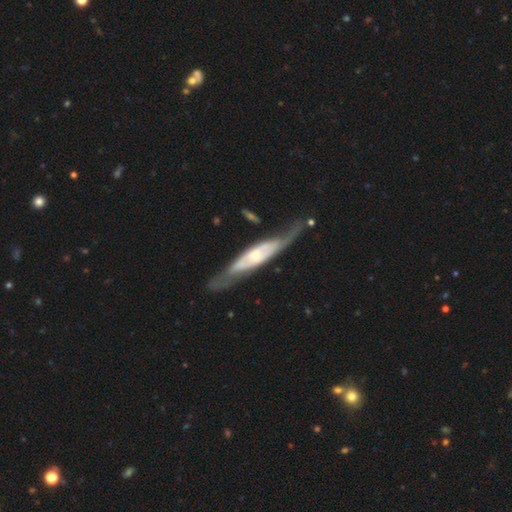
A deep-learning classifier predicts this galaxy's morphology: Smooth or featured? Predicted: featured or disk (p=0.79). Edge-on disk? Predicted: no (p=0.59). Merging? Predicted: none (p=0.63).